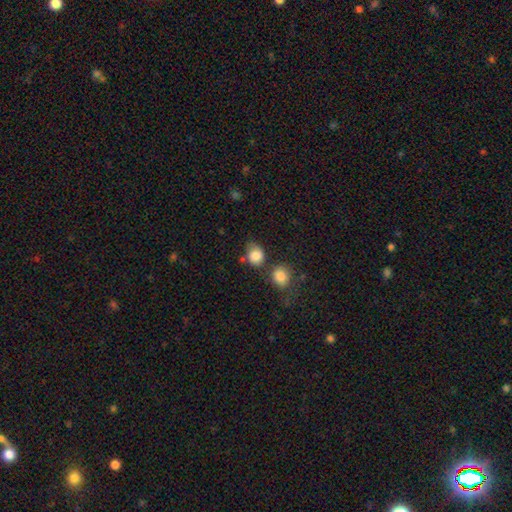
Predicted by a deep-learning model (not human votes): smooth-or-featured: smooth: 84% | star or artifact: 9% | featured or disk: 7%
  how-rounded: round: 60% | in between: 39% | cigar-shaped: 1%
  merging: none: 52% | minor disturbance: 21% | merger: 20% | major disturbance: 7%